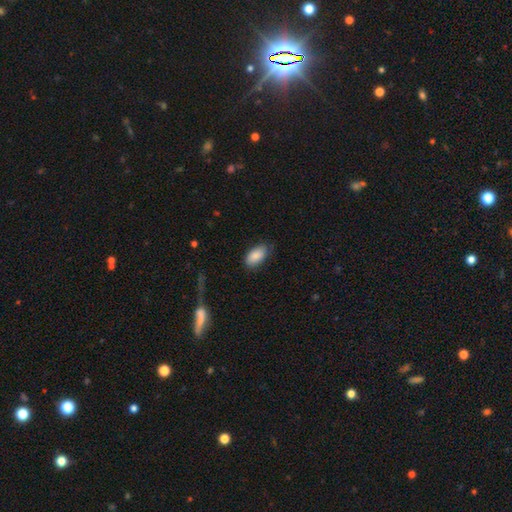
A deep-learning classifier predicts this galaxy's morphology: Overall: smooth (87%). How rounded: in between (94%). Merging: none (75%).